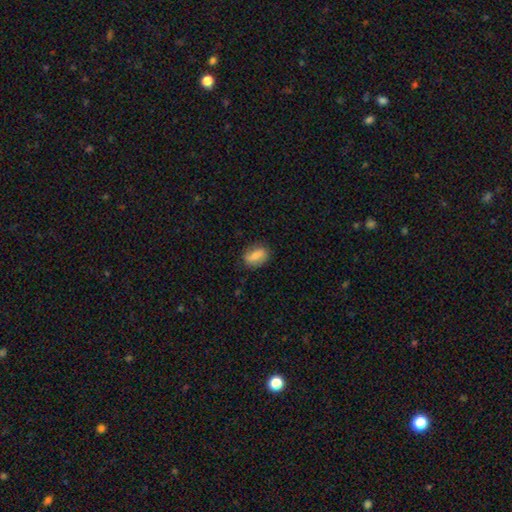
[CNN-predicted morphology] This is likely a smooth galaxy (75%). How rounded: clearly in between (81%). Merging: clearly none (80%).